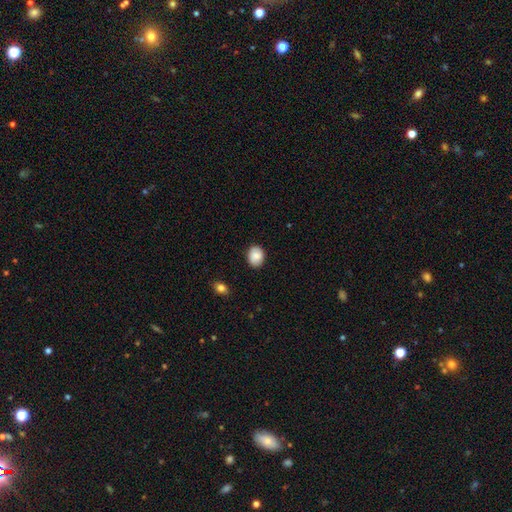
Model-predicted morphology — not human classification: smooth-or-featured: smooth: 86% | star or artifact: 7% | featured or disk: 7%
  how-rounded: in between: 60% | round: 39% | cigar-shaped: 1%
  merging: none: 86% | minor disturbance: 11% | major disturbance: 2% | merger: 1%